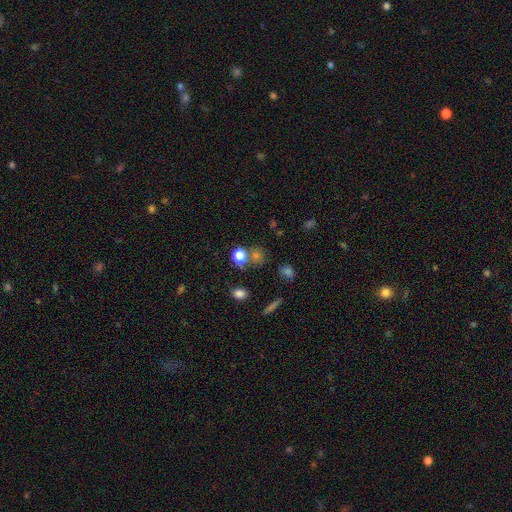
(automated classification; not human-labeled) Smooth or featured: smooth — 66% (star or artifact — 25%)
How rounded: round — 78% (in between — 20%)
Merging: none — 64% (merger — 21%)